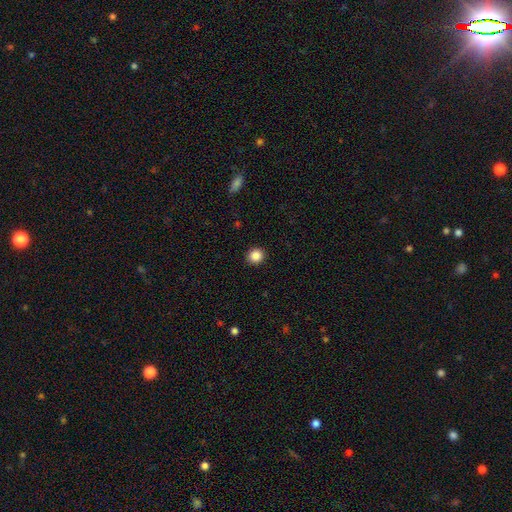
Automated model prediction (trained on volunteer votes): A smooth galaxy with no disk features (87%) that is round (86%). Merging: none (92%).